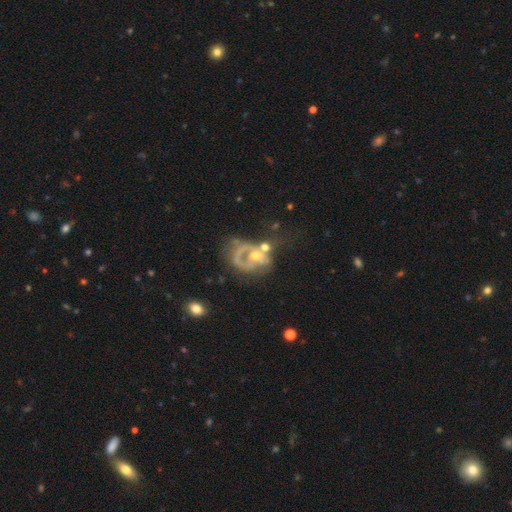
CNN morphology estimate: Overall: featured or disk (71%). Edge-on disk: no (97%). Bar: no (70%). Spiral arms: yes (53%; no 47%). Bulge size: moderate (50%; small 37%). Merging: major disturbance (34%; none 25%).